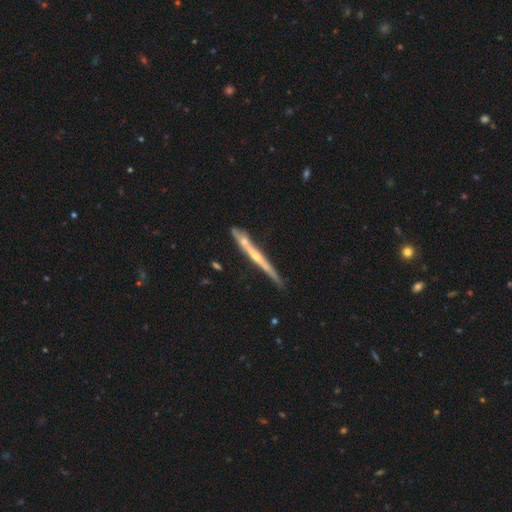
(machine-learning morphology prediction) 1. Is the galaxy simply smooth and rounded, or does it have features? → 72% featured or disk, 22% smooth, 6% star or artifact.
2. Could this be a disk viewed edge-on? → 96% yes, 4% no.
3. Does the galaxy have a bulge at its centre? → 54% rounded, 41% none, 6% boxy.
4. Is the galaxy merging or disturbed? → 66% none, 20% minor disturbance, 10% merger, 4% major disturbance.